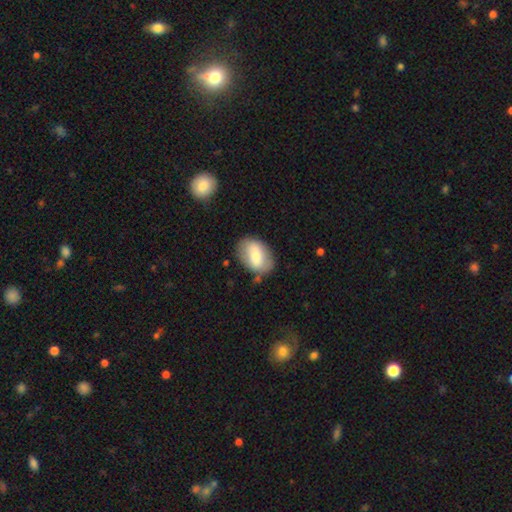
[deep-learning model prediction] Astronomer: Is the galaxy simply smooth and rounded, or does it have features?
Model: smooth — 68%.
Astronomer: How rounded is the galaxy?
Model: in between — 85%.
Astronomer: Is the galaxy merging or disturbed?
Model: none — 76%.